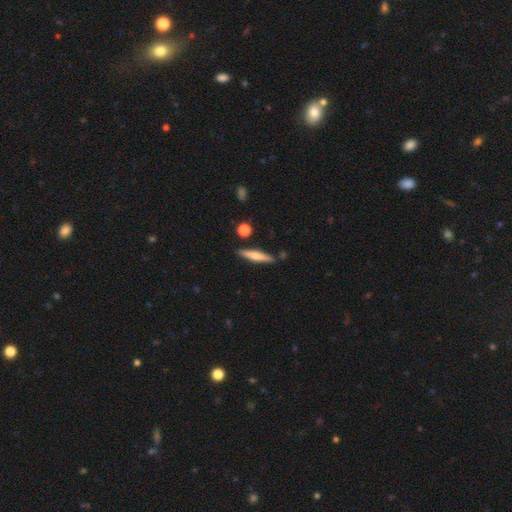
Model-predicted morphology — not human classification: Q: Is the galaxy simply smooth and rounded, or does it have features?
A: smooth — 56%.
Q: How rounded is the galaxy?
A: cigar-shaped — 88%.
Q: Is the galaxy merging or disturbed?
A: none — 85%.